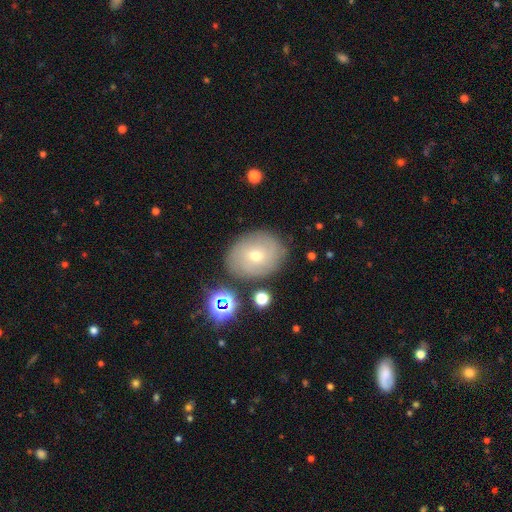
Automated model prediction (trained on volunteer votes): A smooth galaxy with no disk features (50%). Merging: none (78%).